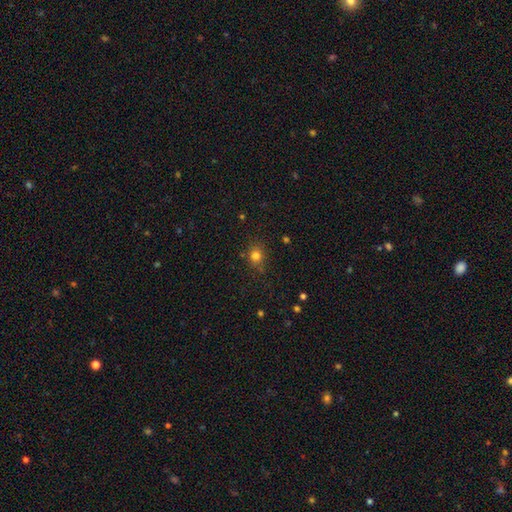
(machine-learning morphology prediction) This appears to be a smooth galaxy with no disk features (77%) that is round (75%). Merging: none (78%).